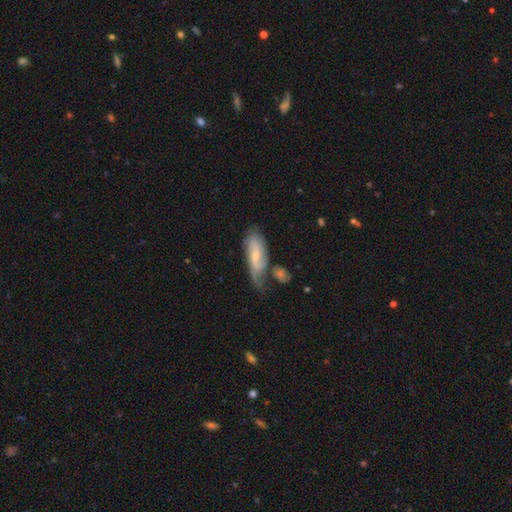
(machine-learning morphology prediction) A featured or disk galaxy (65%) with a weak bar (45%), spiral arms (87%) and a small central bulge (52%). Merging: none (39%).